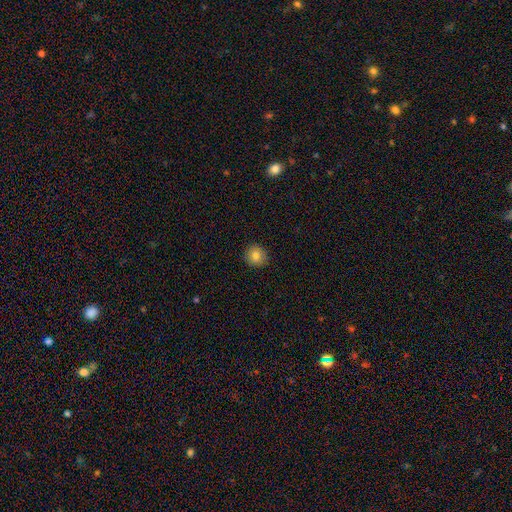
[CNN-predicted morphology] This appears to be a smooth galaxy with no disk features (81%) that is round (86%). Merging: none (90%).